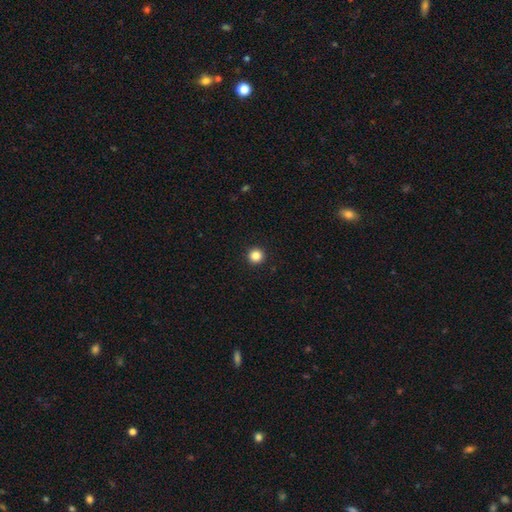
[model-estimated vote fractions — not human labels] smooth_or_featured: smooth (p=0.85) [alt: star or artifact p=0.12]
how_rounded: round (p=0.96) [alt: in between p=0.03]
merging: none (p=0.94) [alt: minor disturbance p=0.04]